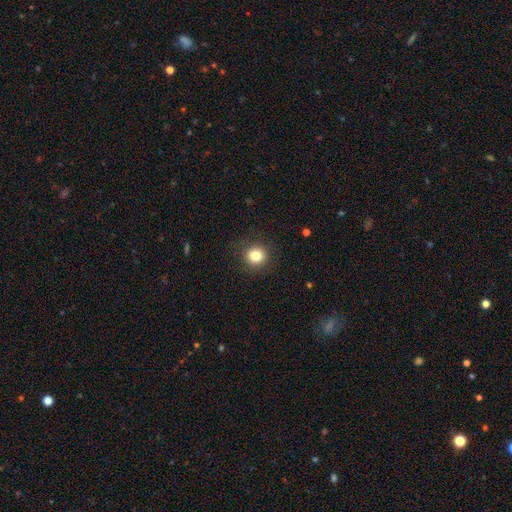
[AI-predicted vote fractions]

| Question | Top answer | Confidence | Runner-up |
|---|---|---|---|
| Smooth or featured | smooth | 82% | star or artifact (12%) |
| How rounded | round | 89% | in between (10%) |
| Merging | none | 90% | minor disturbance (7%) |